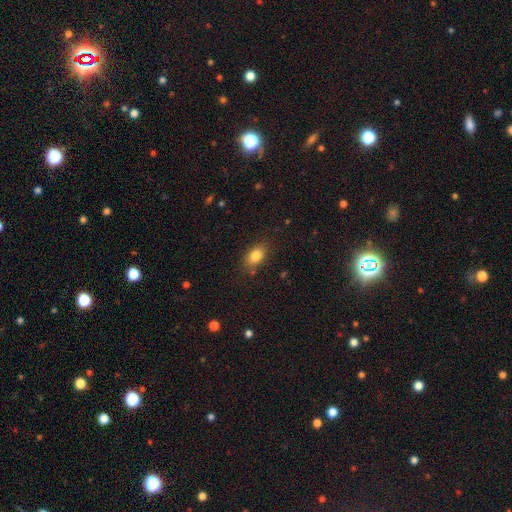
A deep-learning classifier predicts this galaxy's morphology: Smooth or featured?
  - smooth: 82% *
  - star or artifact: 9%
  - featured or disk: 8%
How rounded?
  - in between: 83% *
  - round: 14%
  - cigar-shaped: 3%
Merging?
  - none: 81% *
  - minor disturbance: 14%
  - major disturbance: 3%
  - merger: 2%